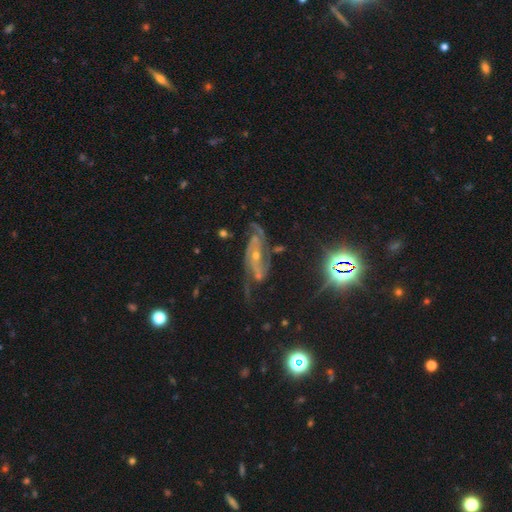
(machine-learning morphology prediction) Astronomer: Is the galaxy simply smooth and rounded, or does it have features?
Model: featured or disk — 77%.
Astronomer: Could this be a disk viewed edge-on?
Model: no — 89%.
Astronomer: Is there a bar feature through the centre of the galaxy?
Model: no — 51% (runner-up: weak, 31%).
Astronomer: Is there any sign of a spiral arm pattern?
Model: yes — 93%.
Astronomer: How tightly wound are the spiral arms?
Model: medium — 42% (runner-up: loose, 36%).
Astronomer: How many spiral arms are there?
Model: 2 — 64%.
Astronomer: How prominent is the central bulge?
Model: small — 65%.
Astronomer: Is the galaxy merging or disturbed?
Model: none — 51%.